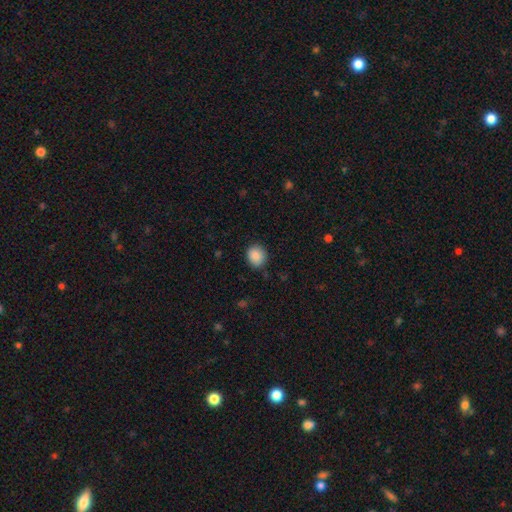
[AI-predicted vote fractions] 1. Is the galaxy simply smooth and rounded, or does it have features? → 88% smooth, 8% star or artifact, 4% featured or disk.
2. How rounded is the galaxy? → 76% round, 23% in between, 1% cigar-shaped.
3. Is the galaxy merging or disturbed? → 86% none, 10% minor disturbance, 3% major disturbance, 1% merger.